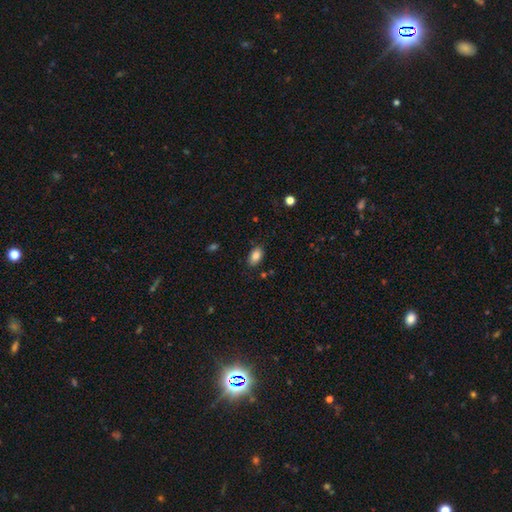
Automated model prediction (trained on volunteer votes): This is clearly a smooth galaxy (84%). How rounded: clearly in between (91%). Merging: clearly none (84%).